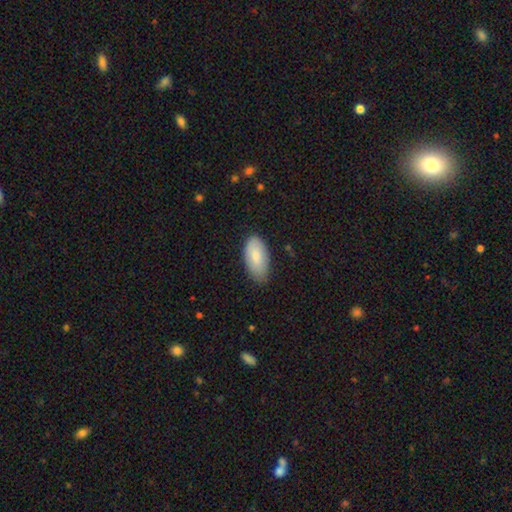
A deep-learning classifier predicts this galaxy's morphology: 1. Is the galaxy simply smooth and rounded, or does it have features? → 83% smooth, 11% featured or disk, 6% star or artifact.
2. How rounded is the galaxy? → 94% in between, 4% cigar-shaped, 2% round.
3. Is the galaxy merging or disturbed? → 73% none, 22% minor disturbance, 3% major disturbance, 1% merger.